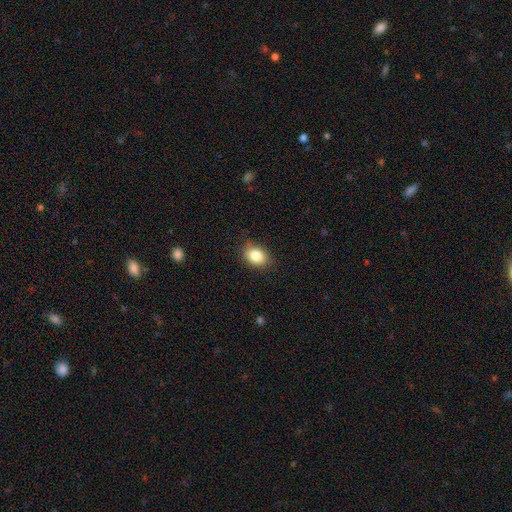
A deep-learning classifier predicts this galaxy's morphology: A smooth galaxy with no disk features (84%) that is in between round and cigar-shaped (66%). Merging: none (79%).